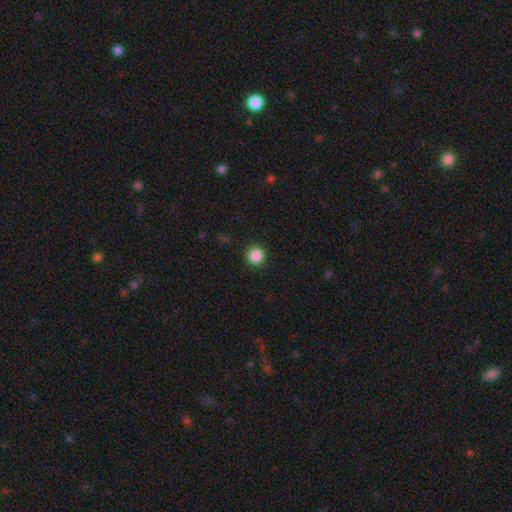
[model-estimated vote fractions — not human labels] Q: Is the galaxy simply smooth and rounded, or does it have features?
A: smooth — 87%.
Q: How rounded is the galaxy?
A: round — 95%.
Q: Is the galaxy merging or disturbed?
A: none — 92%.